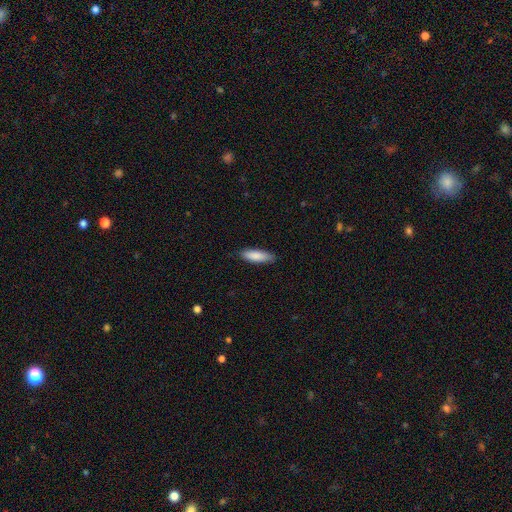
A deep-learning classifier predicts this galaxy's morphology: Smooth or featured? Predicted: smooth (p=0.86). How rounded? Predicted: cigar-shaped (p=0.53). Merging? Predicted: none (p=0.85).